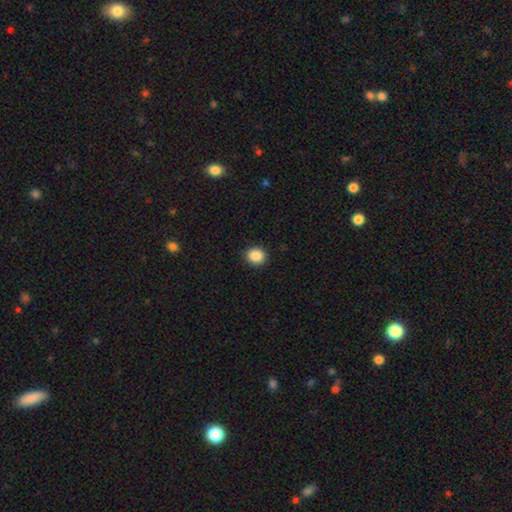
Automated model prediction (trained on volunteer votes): Smooth or featured? smooth (87%)
How rounded? round (86%)
Merging? none (91%)